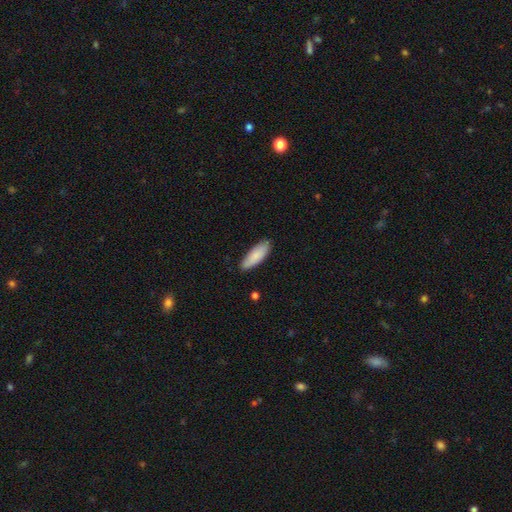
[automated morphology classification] The model was most divided on "how rounded": in between: 63%, cigar-shaped: 36%, round: 1%. More confident: smooth or featured — smooth (86%); merging — none (83%).